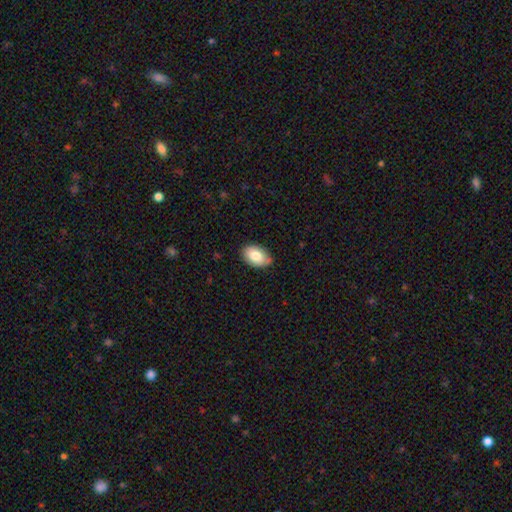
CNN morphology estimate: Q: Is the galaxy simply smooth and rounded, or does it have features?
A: smooth — 81%.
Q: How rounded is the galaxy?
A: in between — 91%.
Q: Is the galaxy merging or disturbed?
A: none — 79%.